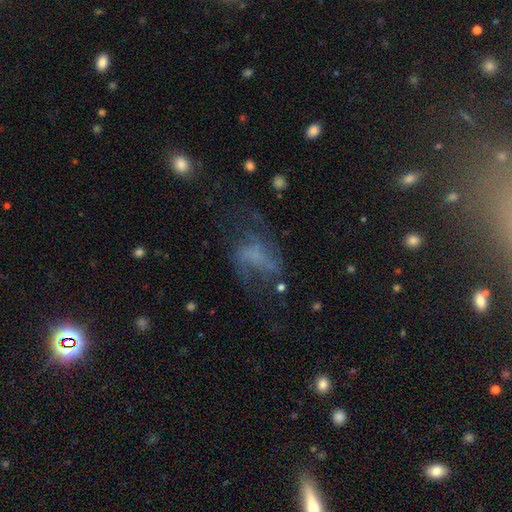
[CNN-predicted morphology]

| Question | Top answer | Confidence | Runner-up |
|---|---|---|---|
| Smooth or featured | featured or disk | 56% | smooth (26%) |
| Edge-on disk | no | 97% | yes (3%) |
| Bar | no | 59% | weak (31%) |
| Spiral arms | yes | 67% | no (33%) |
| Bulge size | none | 61% | small (19%) |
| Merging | none | 42% | major disturbance (36%) |